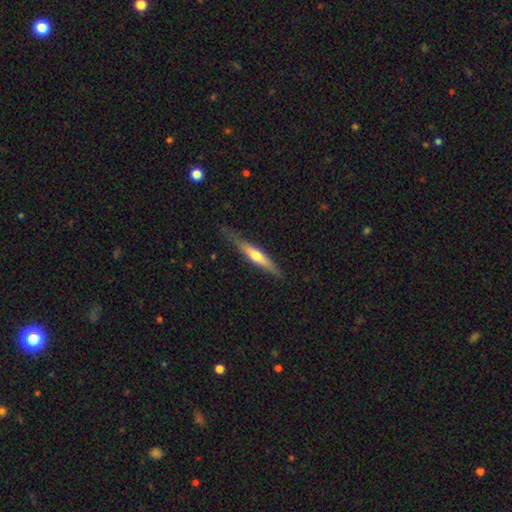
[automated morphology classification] smooth-or-featured: featured or disk: 52% | smooth: 43% | star or artifact: 5%
  disk-edge-on: yes: 93% | no: 7%
  merging: none: 75% | minor disturbance: 19% | major disturbance: 4% | merger: 1%